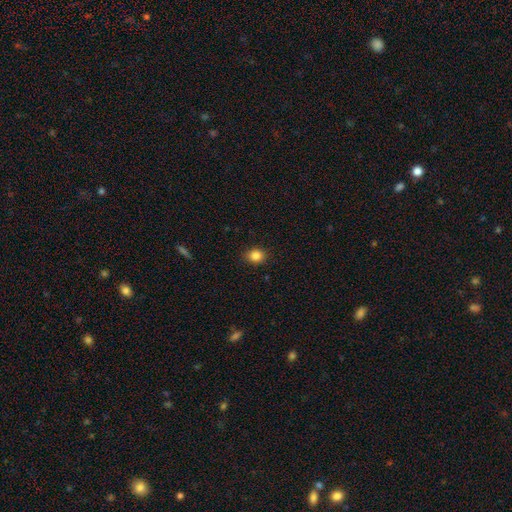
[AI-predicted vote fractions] Q: Smooth or featured?
A: smooth (85%); runner-up: star or artifact (10%)
Q: How rounded?
A: round (65%); runner-up: in between (34%)
Q: Merging?
A: none (88%); runner-up: minor disturbance (9%)